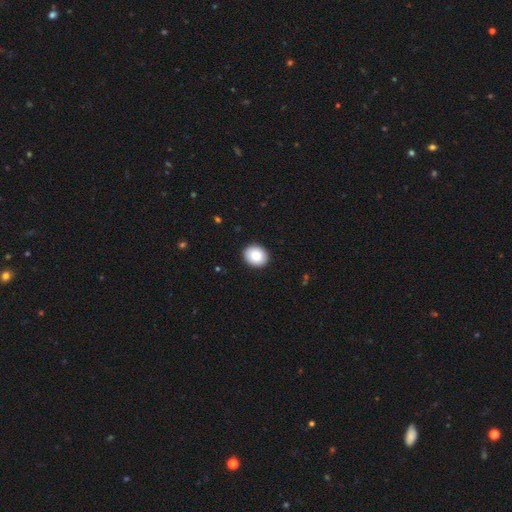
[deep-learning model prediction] smooth-or-featured: smooth: 89% | star or artifact: 7% | featured or disk: 4%
  how-rounded: round: 66% | in between: 33% | cigar-shaped: 1%
  merging: none: 92% | minor disturbance: 6% | major disturbance: 2% | merger: 1%